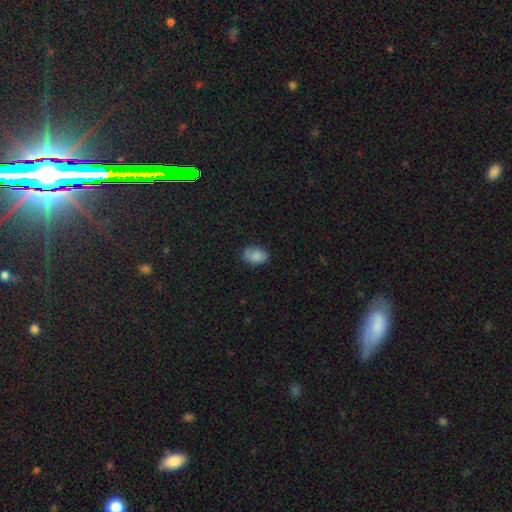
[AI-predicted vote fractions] Smooth or featured?
  - smooth: 83% *
  - featured or disk: 9%
  - star or artifact: 8%
How rounded?
  - in between: 84% *
  - round: 15%
  - cigar-shaped: 1%
Merging?
  - none: 76% *
  - minor disturbance: 19%
  - major disturbance: 4%
  - merger: 1%